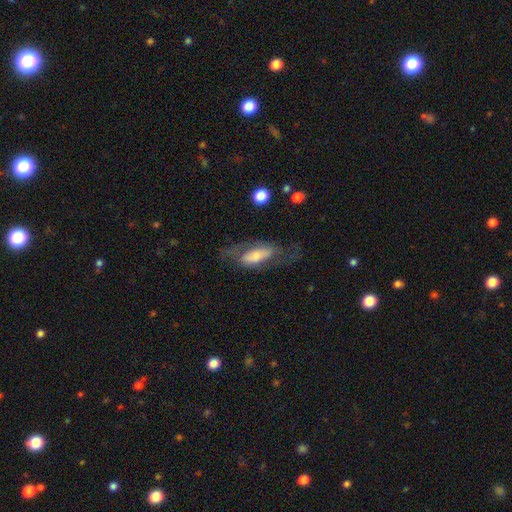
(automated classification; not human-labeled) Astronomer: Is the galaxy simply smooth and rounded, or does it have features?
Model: featured or disk — 58% (runner-up: smooth, 34%).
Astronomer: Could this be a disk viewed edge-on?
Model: no — 80%.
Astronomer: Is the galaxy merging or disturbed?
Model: none — 60%.